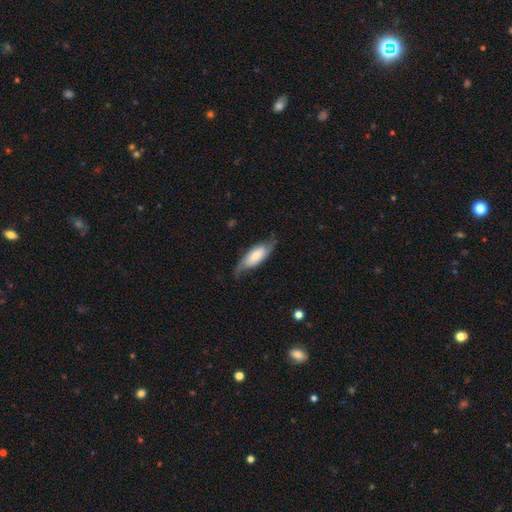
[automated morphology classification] This appears to be a featured or disk galaxy (52%). Merging: none (68%).